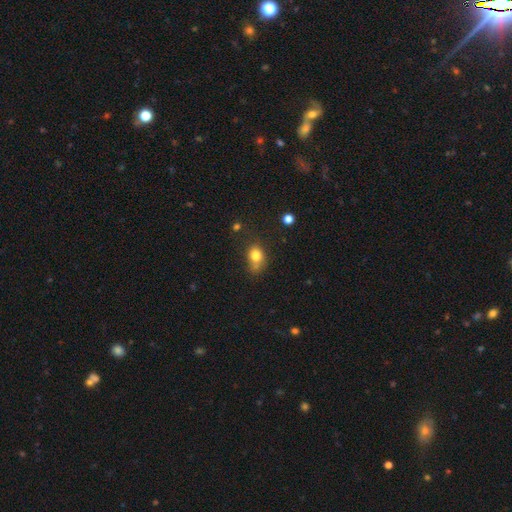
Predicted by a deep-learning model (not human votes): smooth 79%, star or artifact 11%, featured or disk 10%. Down the decision tree: how rounded — in between (57%); merging — none (47%).